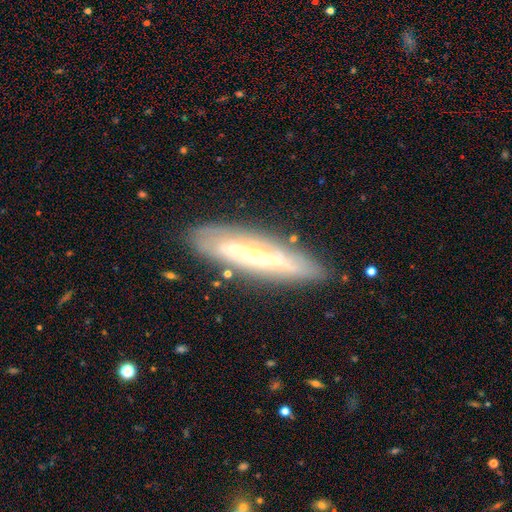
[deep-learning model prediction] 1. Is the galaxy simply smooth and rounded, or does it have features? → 72% featured or disk, 21% smooth, 7% star or artifact.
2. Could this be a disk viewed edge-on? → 65% yes, 35% no.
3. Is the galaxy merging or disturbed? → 81% none, 13% minor disturbance, 4% major disturbance, 2% merger.